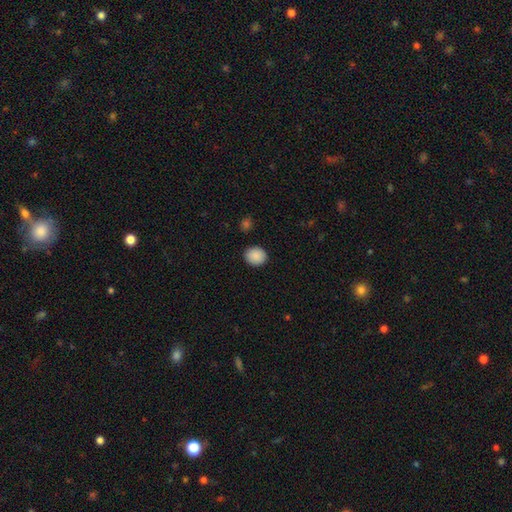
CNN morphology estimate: This is clearly a smooth galaxy (90%). How rounded: likely round (74%). Merging: clearly none (90%).